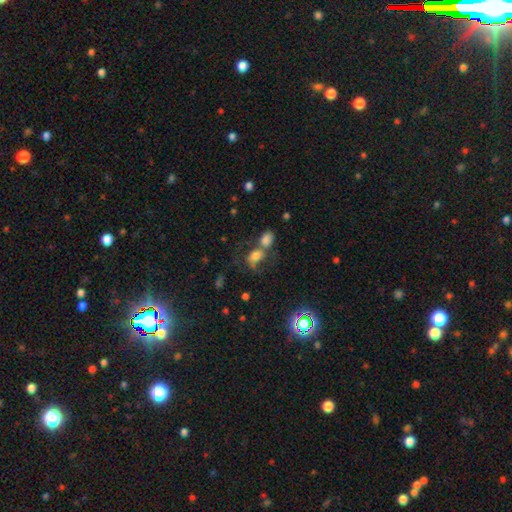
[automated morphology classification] smooth-or-featured: smooth: 60% | featured or disk: 21% | star or artifact: 19%
  how-rounded: in between: 64% | round: 33% | cigar-shaped: 2%
  merging: merger: 56% | none: 23% | major disturbance: 11% | minor disturbance: 10%